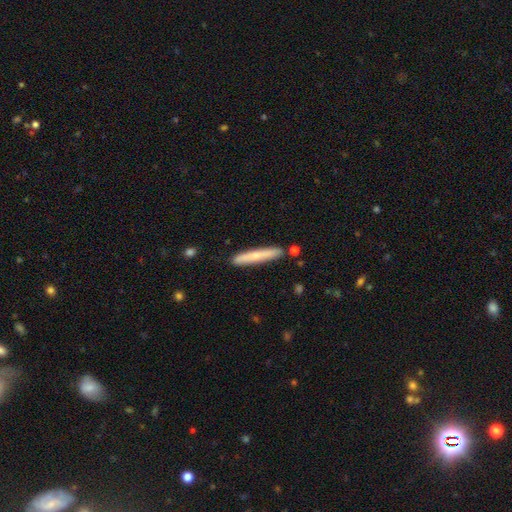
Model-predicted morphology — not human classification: This is likely a smooth galaxy (62%). How rounded: clearly cigar-shaped (94%). Merging: clearly none (86%).